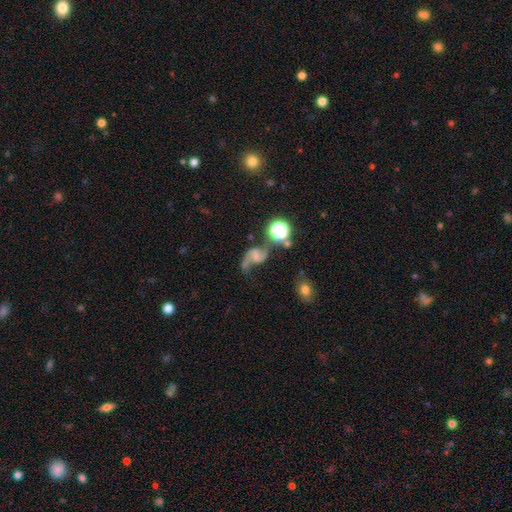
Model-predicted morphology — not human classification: A featured or disk galaxy (72%) with no bar (49%), 2 (86%) loose (75%) spiral arms (93%) and no central bulge (49%). Merging: none (46%).